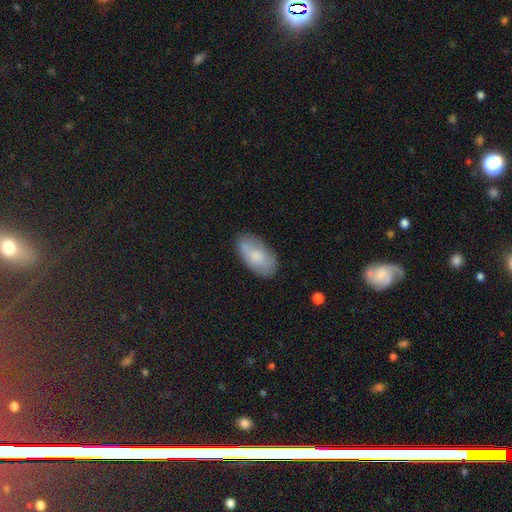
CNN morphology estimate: Overall: smooth (73%). How rounded: in between (94%). Merging: none (76%).